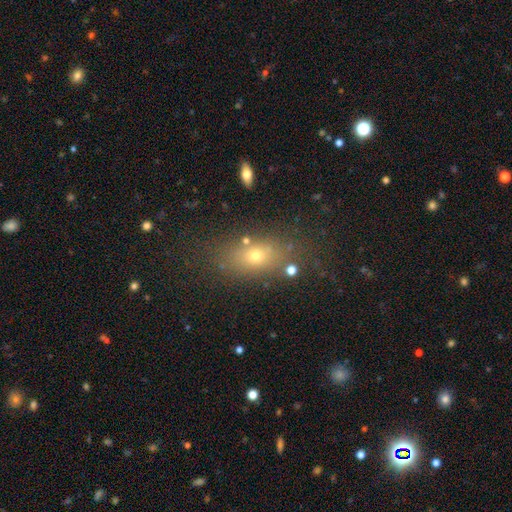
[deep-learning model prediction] Q: Smooth or featured?
A: smooth (65%); runner-up: featured or disk (18%)
Q: How rounded?
A: in between (72%); runner-up: round (20%)
Q: Merging?
A: none (74%); runner-up: minor disturbance (14%)